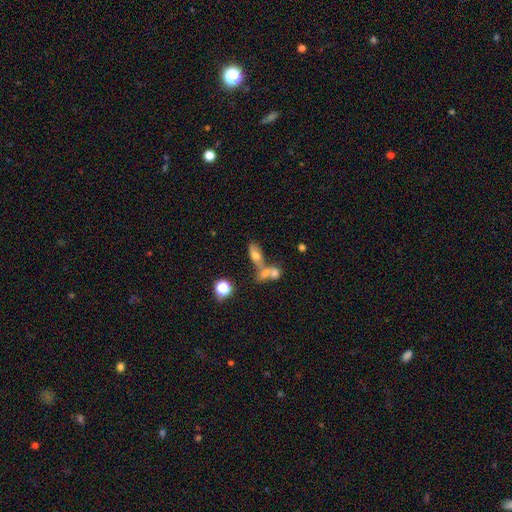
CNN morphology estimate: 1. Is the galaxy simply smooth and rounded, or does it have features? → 59% smooth, 28% featured or disk, 13% star or artifact.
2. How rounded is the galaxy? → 73% in between, 16% cigar-shaped, 11% round.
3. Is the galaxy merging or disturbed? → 52% merger, 30% none, 10% minor disturbance, 8% major disturbance.